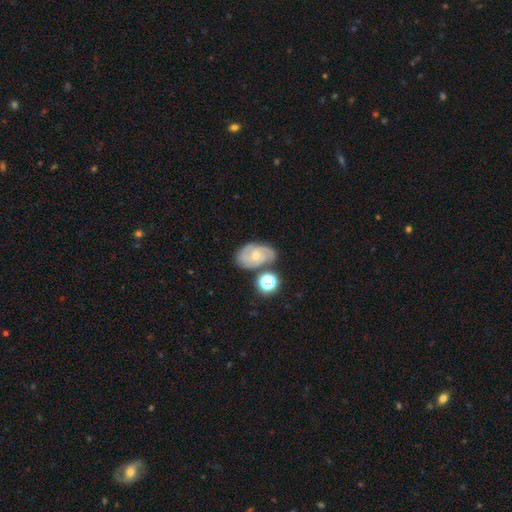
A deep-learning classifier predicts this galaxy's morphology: smooth_or_featured: featured or disk (p=0.73) [alt: smooth p=0.18]
disk_edge_on: no (p=0.96) [alt: yes p=0.04]
bar: no (p=0.69) [alt: weak p=0.26]
has_spiral_arms: yes (p=0.94) [alt: no p=0.06]
spiral_winding: tight (p=0.54) [alt: medium p=0.38]
spiral_arm_count: 2 (p=0.41) [alt: 3 p=0.27]
bulge_size: small (p=0.64) [alt: moderate p=0.31]
merging: none (p=0.67) [alt: minor disturbance p=0.18]